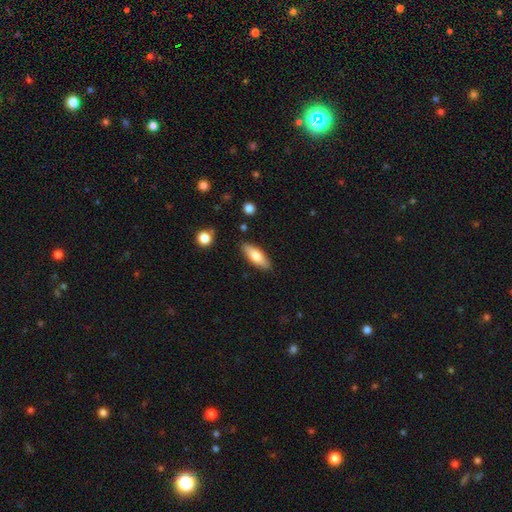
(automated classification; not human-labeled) Smooth or featured: smooth — 72% (featured or disk — 21%)
How rounded: in between — 63% (cigar-shaped — 35%)
Merging: none — 85% (minor disturbance — 11%)